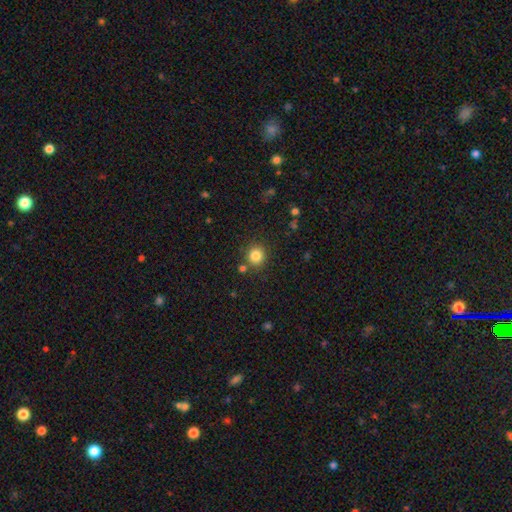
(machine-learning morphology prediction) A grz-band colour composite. It shows a smooth galaxy with no disk features (83%) that is round (90%). Merging: none (84%).